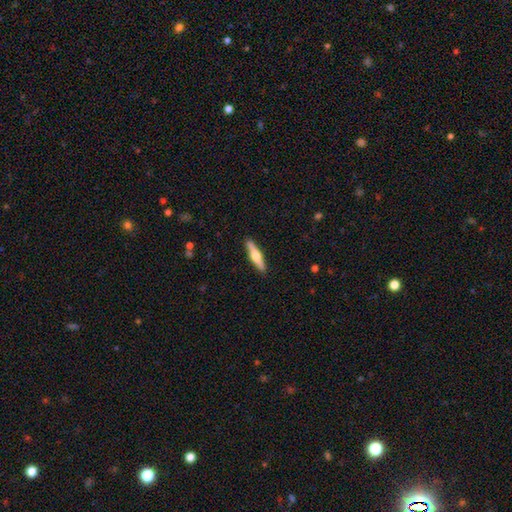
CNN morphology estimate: Smooth or featured?
  - featured or disk: 59% *
  - smooth: 36%
  - star or artifact: 5%
Edge-on disk?
  - yes: 97% *
  - no: 3%
Edge-on bulge?
  - rounded: 93% *
  - boxy: 4%
  - none: 3%
Merging?
  - none: 90% *
  - minor disturbance: 7%
  - major disturbance: 1%
  - merger: 1%